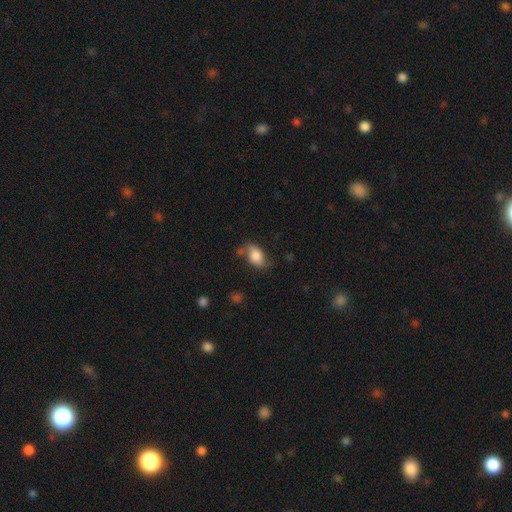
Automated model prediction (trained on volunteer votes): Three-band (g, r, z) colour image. It shows a smooth galaxy with no disk features (66%) that is in between round and cigar-shaped (87%). Merging: none (57%).